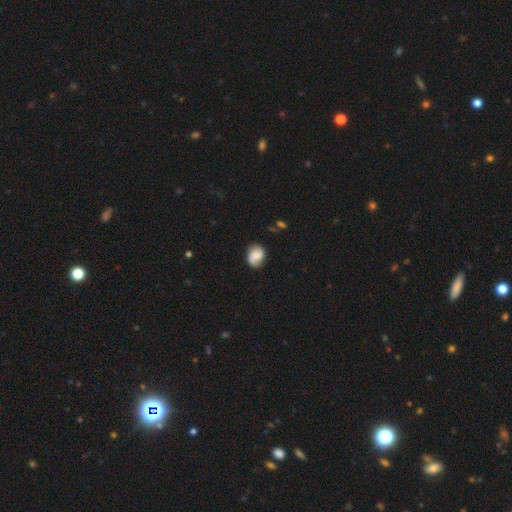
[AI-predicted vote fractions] Overall: smooth (67%). How rounded: in between (55%; round 44%). Merging: none (68%).